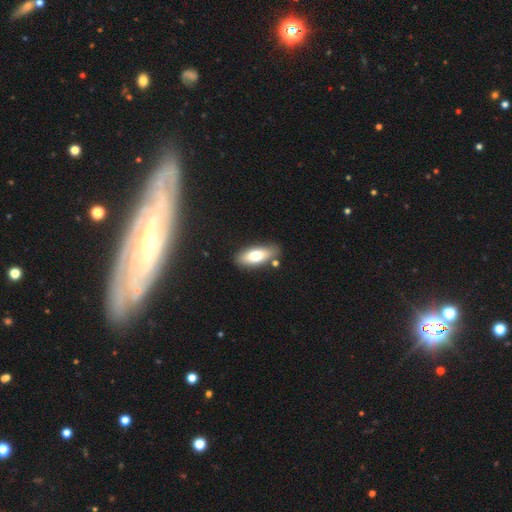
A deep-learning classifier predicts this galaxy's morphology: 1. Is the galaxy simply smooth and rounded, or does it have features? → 70% smooth, 24% featured or disk, 7% star or artifact.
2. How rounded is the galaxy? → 79% in between, 19% cigar-shaped, 3% round.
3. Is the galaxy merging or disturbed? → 81% none, 12% minor disturbance, 5% merger, 3% major disturbance.